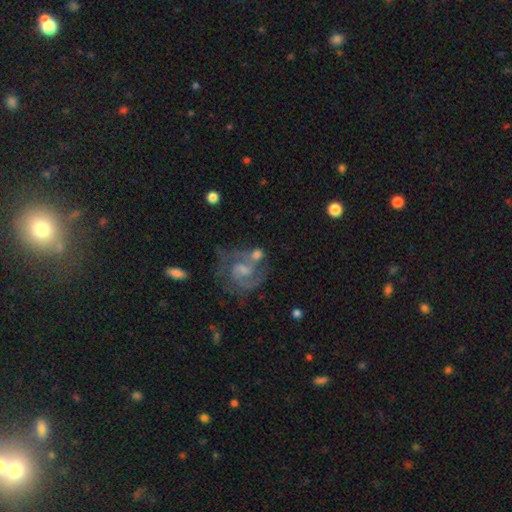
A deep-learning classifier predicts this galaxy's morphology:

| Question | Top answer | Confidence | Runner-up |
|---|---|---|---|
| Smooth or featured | featured or disk | 79% | smooth (13%) |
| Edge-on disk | no | 98% | yes (2%) |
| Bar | weak | 50% | no (39%) |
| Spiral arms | yes | 93% | no (7%) |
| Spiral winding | medium | 55% | tight (28%) |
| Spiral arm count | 2 | 81% | can't tell (8%) |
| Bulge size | small | 47% | moderate (30%) |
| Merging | none | 51% | merger (19%) |